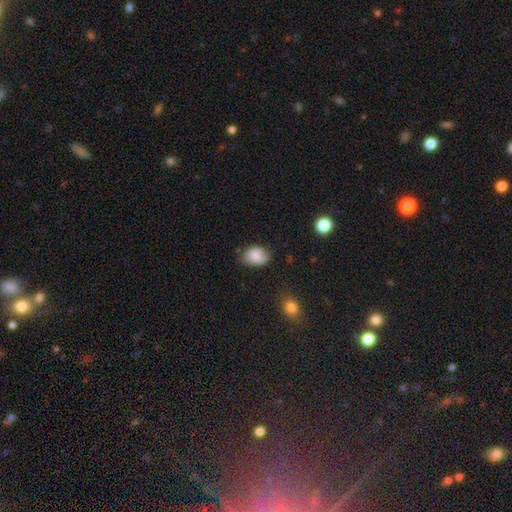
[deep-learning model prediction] The model was most divided on "merging": none: 56%, minor disturbance: 32%, major disturbance: 8%, merger: 3%. More confident: smooth or featured — smooth (71%); how rounded — in between (71%).